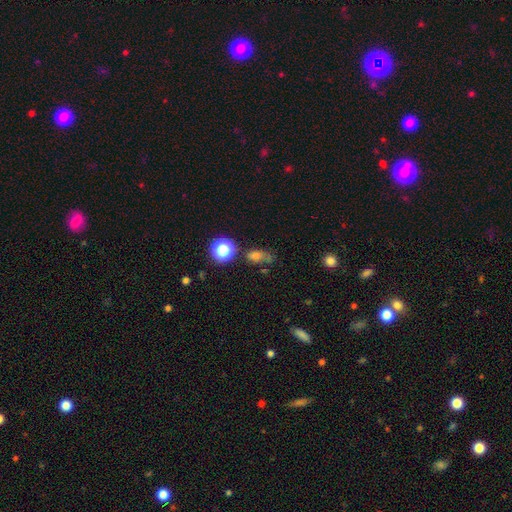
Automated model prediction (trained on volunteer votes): smooth_or_featured: smooth (p=0.65) [alt: star or artifact p=0.22]
how_rounded: in between (p=0.62) [alt: round p=0.32]
merging: none (p=0.45) [alt: minor disturbance p=0.27]